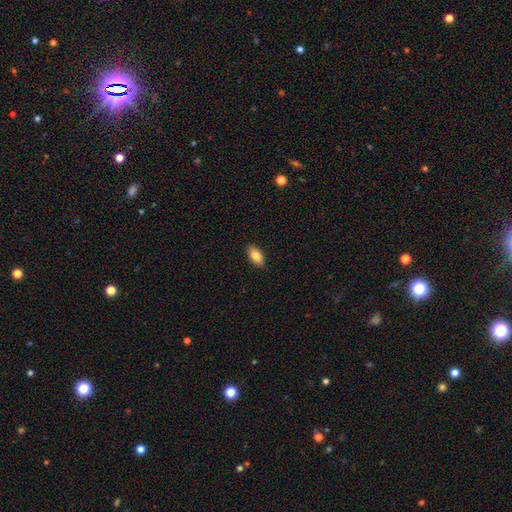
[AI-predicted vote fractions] Q: Smooth or featured?
A: smooth (84%); runner-up: featured or disk (9%)
Q: How rounded?
A: in between (91%); runner-up: cigar-shaped (6%)
Q: Merging?
A: none (88%); runner-up: minor disturbance (9%)